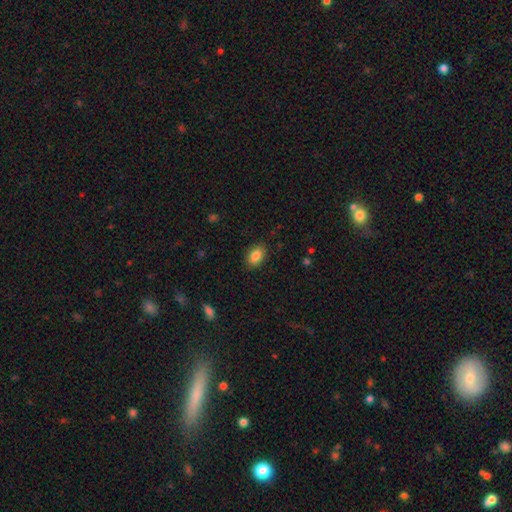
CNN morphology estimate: Q: Smooth or featured?
A: smooth (85%); runner-up: star or artifact (8%)
Q: How rounded?
A: in between (87%); runner-up: round (11%)
Q: Merging?
A: none (86%); runner-up: minor disturbance (10%)